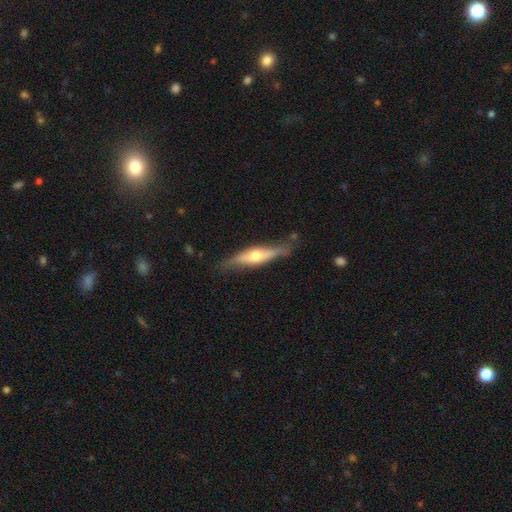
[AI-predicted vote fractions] A featured or disk galaxy (60%) viewed edge-on (91%) with a rounded central bulge (89%).

Vote fractions:
- Smooth or featured? featured or disk: 60% / smooth: 34% / star or artifact: 5%
- Edge-on disk? yes: 91% / no: 9%
- Edge-on bulge? rounded: 89% / boxy: 6% / none: 4%
- Merging? none: 74% / minor disturbance: 19% / major disturbance: 4% / merger: 2%